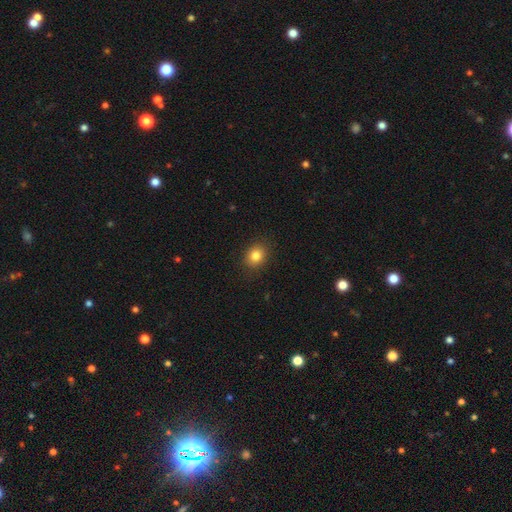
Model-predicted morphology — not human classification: The model was most divided on "how rounded": round: 55%, in between: 44%, cigar-shaped: 1%. More confident: merging — none (89%); smooth or featured — smooth (83%).